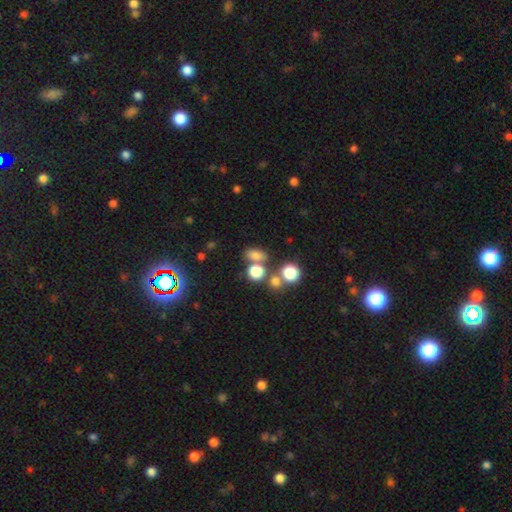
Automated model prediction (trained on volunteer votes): Smooth or featured? smooth (73%)
How rounded? in between (63%)
Merging? none (61%)